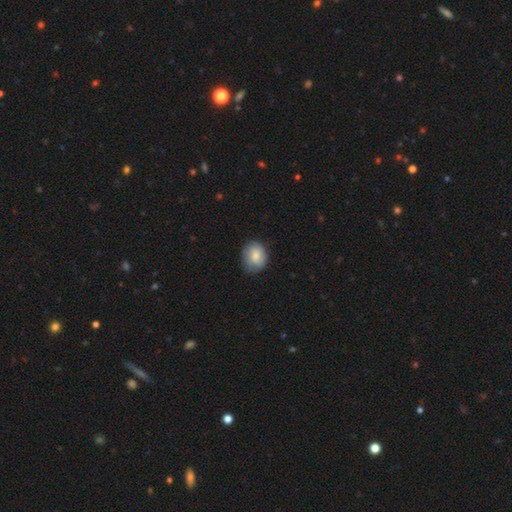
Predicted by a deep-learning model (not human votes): The model was most divided on "how rounded": in between: 52%, round: 47%, cigar-shaped: 1%. More confident: smooth or featured — smooth (76%); merging — none (70%).